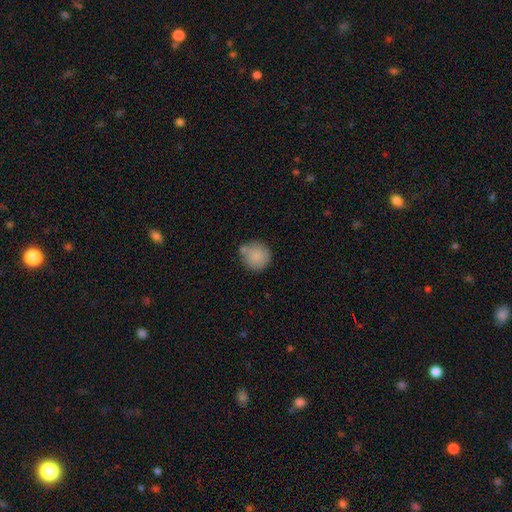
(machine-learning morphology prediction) smooth-or-featured: smooth: 85% | star or artifact: 8% | featured or disk: 7%
  how-rounded: round: 92% | in between: 7% | cigar-shaped: 1%
  merging: none: 66% | minor disturbance: 17% | merger: 13% | major disturbance: 4%